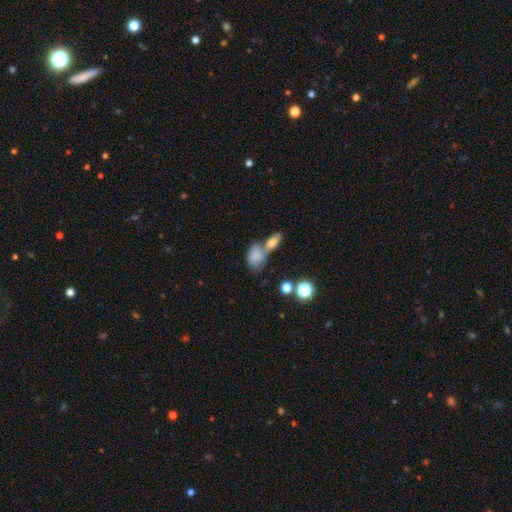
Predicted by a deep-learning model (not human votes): Smooth or featured: smooth — 81% (featured or disk — 10%)
How rounded: in between — 80% (round — 18%)
Merging: merger — 48% (none — 33%)